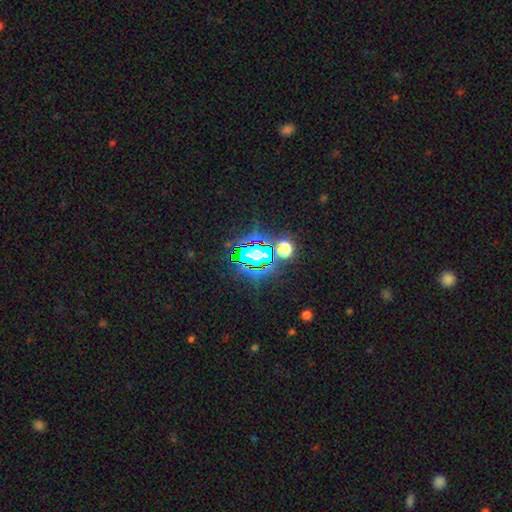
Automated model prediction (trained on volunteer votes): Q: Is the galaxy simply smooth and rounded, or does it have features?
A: star or artifact — 71%.